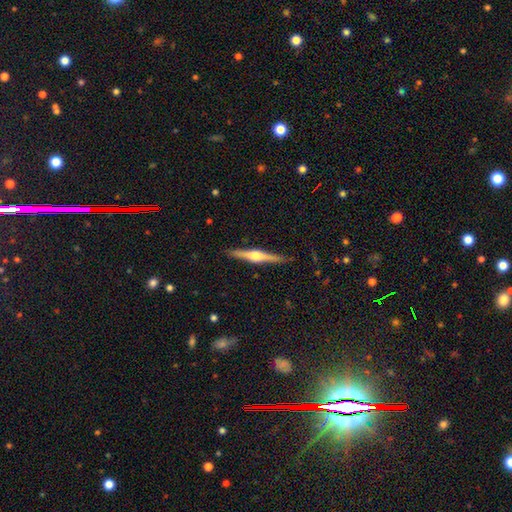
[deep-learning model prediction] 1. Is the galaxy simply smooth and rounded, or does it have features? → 76% featured or disk, 19% smooth, 5% star or artifact.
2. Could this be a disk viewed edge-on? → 98% yes, 2% no.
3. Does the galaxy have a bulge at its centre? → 92% rounded, 6% boxy, 3% none.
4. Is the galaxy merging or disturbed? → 89% none, 8% minor disturbance, 2% major disturbance, 1% merger.